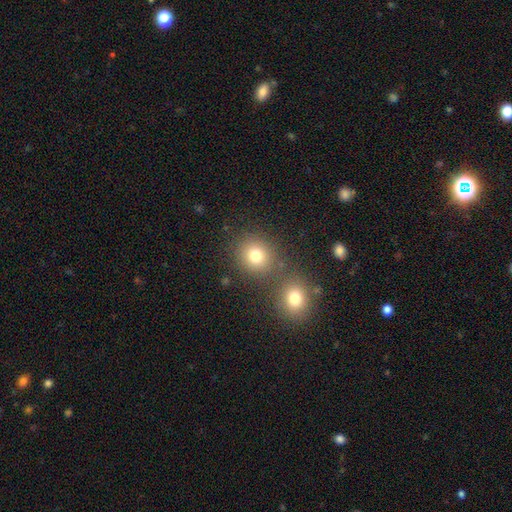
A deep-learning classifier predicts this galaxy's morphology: This is likely a smooth galaxy (79%). How rounded: likely round (80%). Merging: likely none (71%).